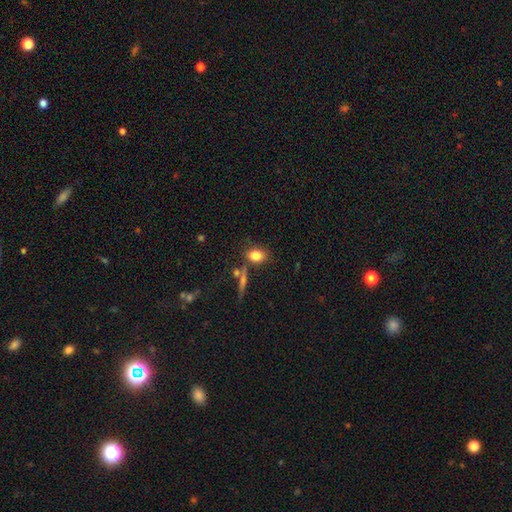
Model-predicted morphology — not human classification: Smooth or featured: smooth — 80% (featured or disk — 10%)
How rounded: in between — 65% (round — 31%)
Merging: none — 68% (minor disturbance — 15%)